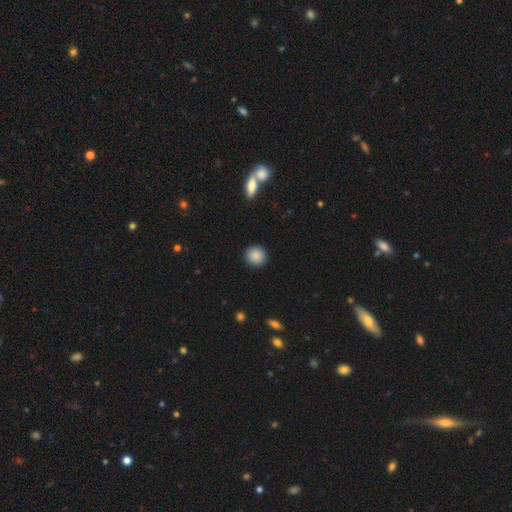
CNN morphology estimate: Smooth or featured?
  - smooth: 88% *
  - star or artifact: 8%
  - featured or disk: 4%
How rounded?
  - round: 93% *
  - in between: 6%
  - cigar-shaped: 1%
Merging?
  - none: 92% *
  - minor disturbance: 5%
  - major disturbance: 2%
  - merger: 1%